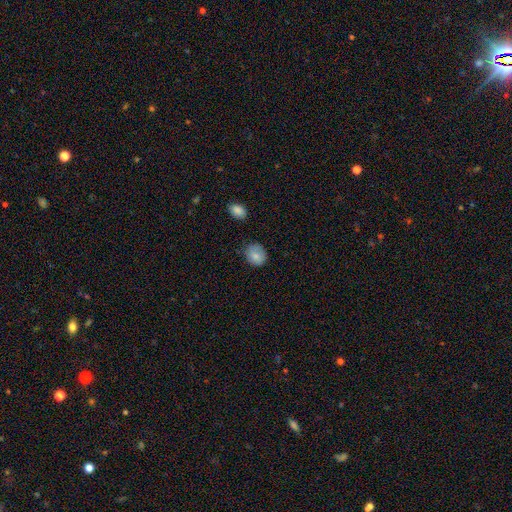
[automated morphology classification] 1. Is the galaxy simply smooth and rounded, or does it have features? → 80% smooth, 12% featured or disk, 8% star or artifact.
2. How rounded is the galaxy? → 71% round, 28% in between, 1% cigar-shaped.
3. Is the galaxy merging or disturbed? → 69% none, 24% minor disturbance, 5% major disturbance, 2% merger.